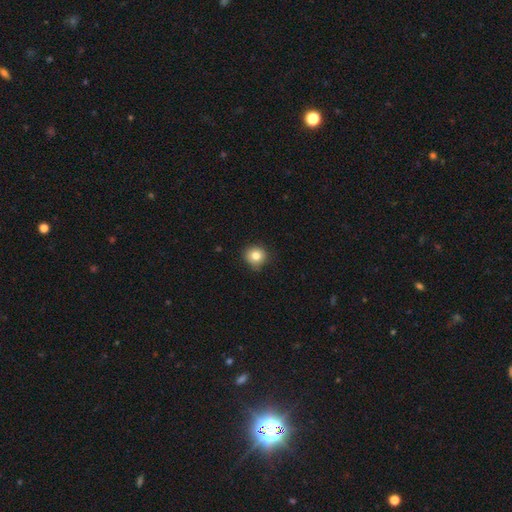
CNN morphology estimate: smooth-or-featured: smooth: 82% | star or artifact: 11% | featured or disk: 7%
  how-rounded: round: 91% | in between: 8% | cigar-shaped: 1%
  merging: none: 83% | minor disturbance: 13% | major disturbance: 2% | merger: 1%